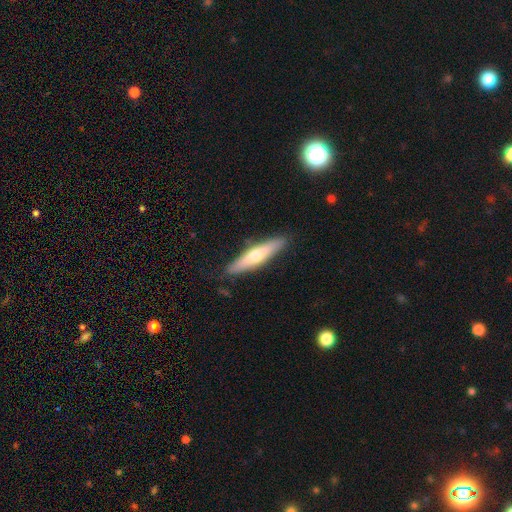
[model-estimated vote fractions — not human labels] Overall: smooth (52%; featured or disk 42%). How rounded: cigar-shaped (83%). Merging: none (86%).